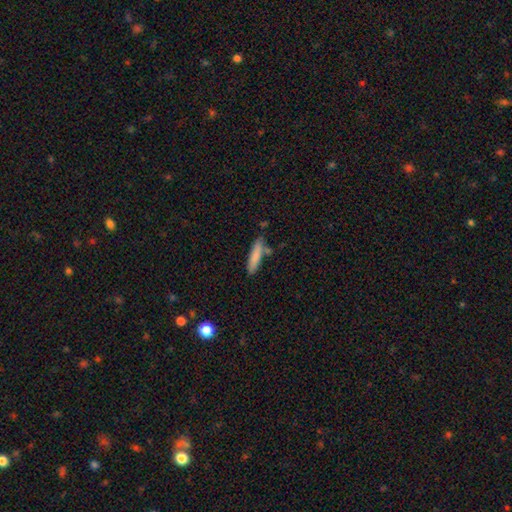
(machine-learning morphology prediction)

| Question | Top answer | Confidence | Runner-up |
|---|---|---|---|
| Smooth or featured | smooth | 82% | featured or disk (12%) |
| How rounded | cigar-shaped | 81% | in between (18%) |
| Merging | none | 72% | minor disturbance (16%) |